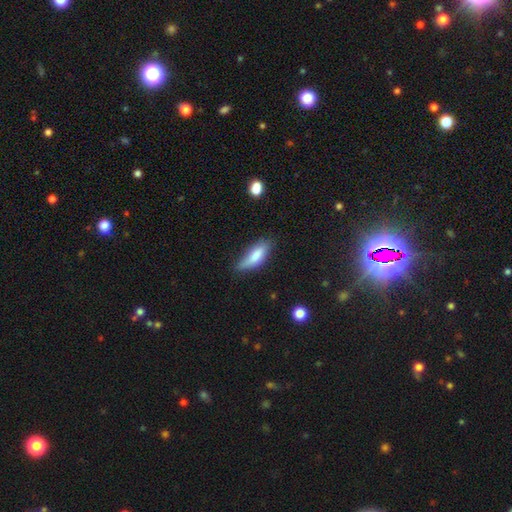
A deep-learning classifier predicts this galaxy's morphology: Overall: smooth (77%). How rounded: in between (61%; cigar-shaped 37%). Merging: none (63%; minor disturbance 28%).